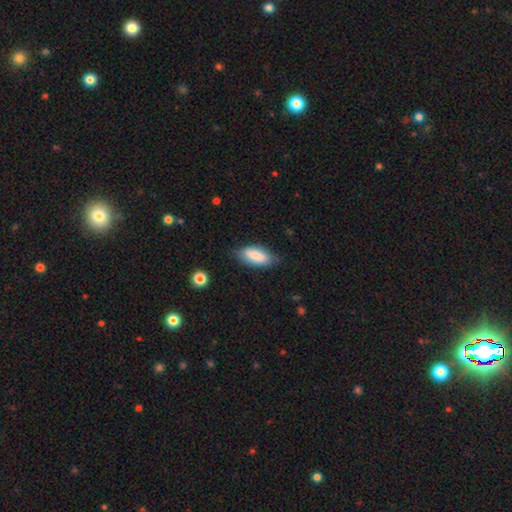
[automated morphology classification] The model was most divided on "merging": none: 74%, minor disturbance: 20%, major disturbance: 4%, merger: 2%. More confident: how rounded — in between (84%); smooth or featured — smooth (77%).